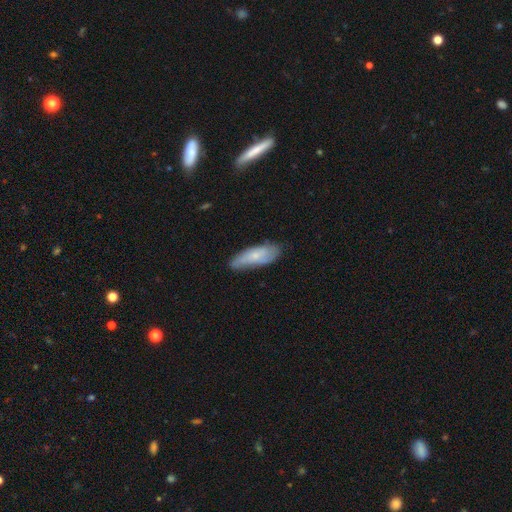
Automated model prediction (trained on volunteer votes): Smooth or featured: smooth — 60% (featured or disk — 34%)
How rounded: in between — 61% (cigar-shaped — 38%)
Merging: none — 67% (minor disturbance — 26%)